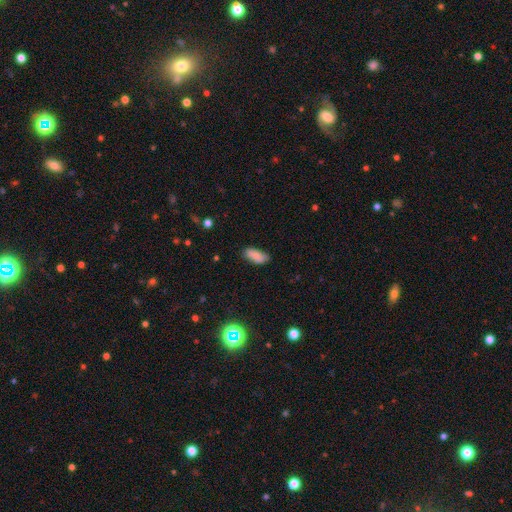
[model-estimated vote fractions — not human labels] Smooth or featured? Predicted: smooth (p=0.84). How rounded? Predicted: in between (p=0.83). Merging? Predicted: none (p=0.76).